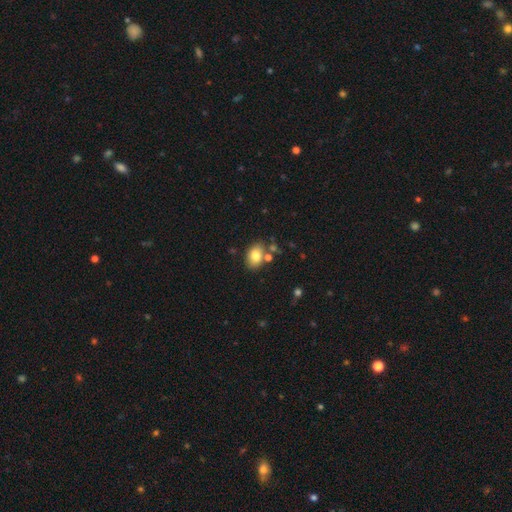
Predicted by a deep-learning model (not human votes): Overall: smooth (80%). How rounded: in between (75%). Merging: none (69%).